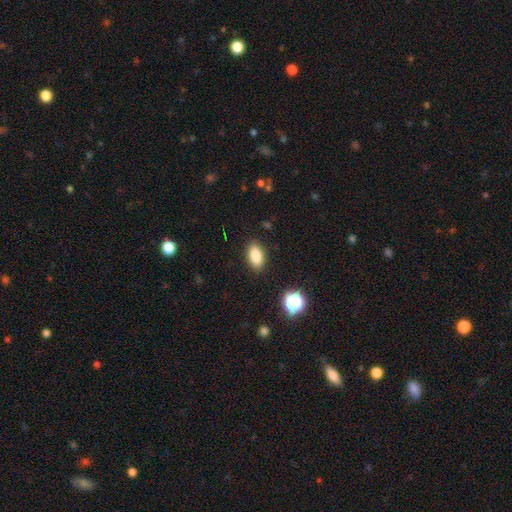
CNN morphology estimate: A smooth galaxy with no disk features (85%) that is in between round and cigar-shaped (88%).

Vote fractions:
- Smooth or featured? smooth: 85% / star or artifact: 9% / featured or disk: 6%
- How rounded? in between: 88% / cigar-shaped: 7% / round: 4%
- Merging? none: 89% / minor disturbance: 8% / major disturbance: 2% / merger: 1%